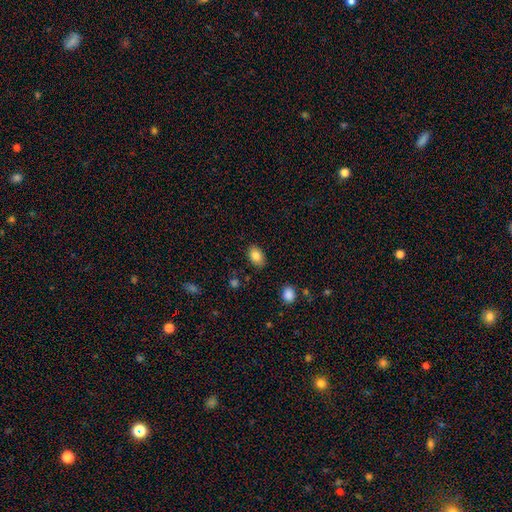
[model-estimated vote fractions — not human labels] This appears to be a smooth galaxy with no disk features (83%) that is in between round and cigar-shaped (85%). Merging: none (85%).